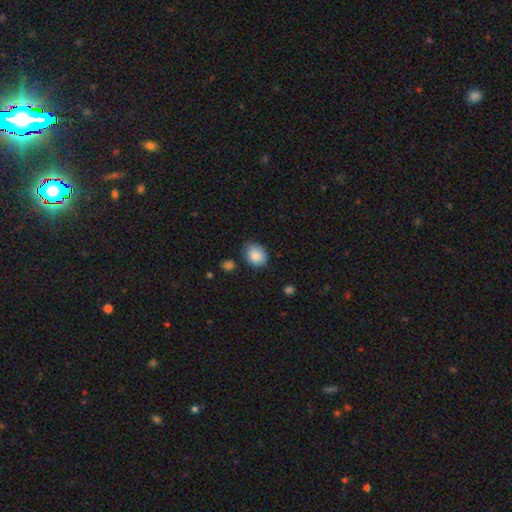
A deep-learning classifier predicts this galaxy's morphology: Smooth or featured?
  - smooth: 85% *
  - star or artifact: 8%
  - featured or disk: 7%
How rounded?
  - in between: 59% *
  - round: 41%
  - cigar-shaped: 1%
Merging?
  - none: 75% *
  - minor disturbance: 19%
  - major disturbance: 3%
  - merger: 3%